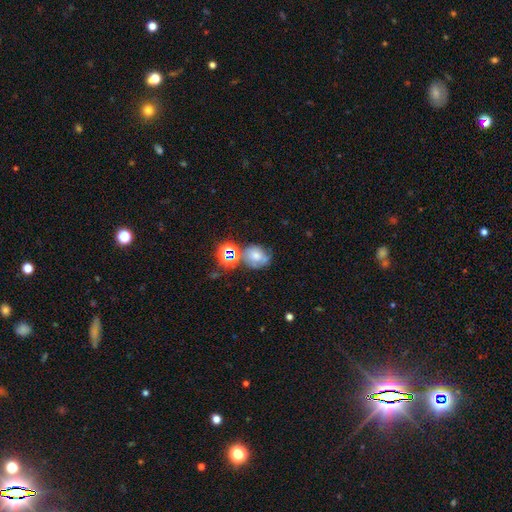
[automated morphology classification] Smooth or featured: star or artifact — 39% (featured or disk — 33%)